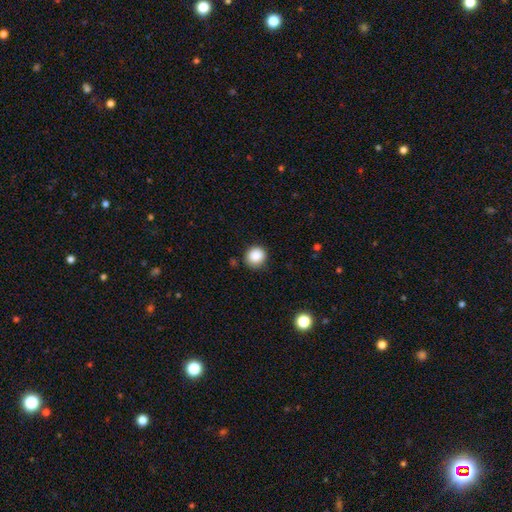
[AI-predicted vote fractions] This appears to be a smooth galaxy with no disk features (87%) that is round (90%). Merging: none (87%).